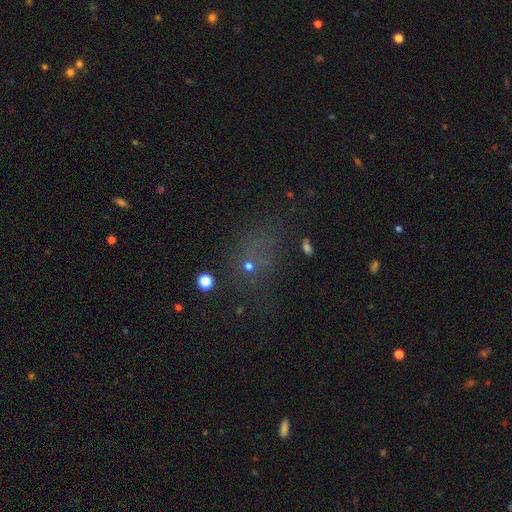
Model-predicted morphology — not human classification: A star or artifact, not a galaxy (47%).